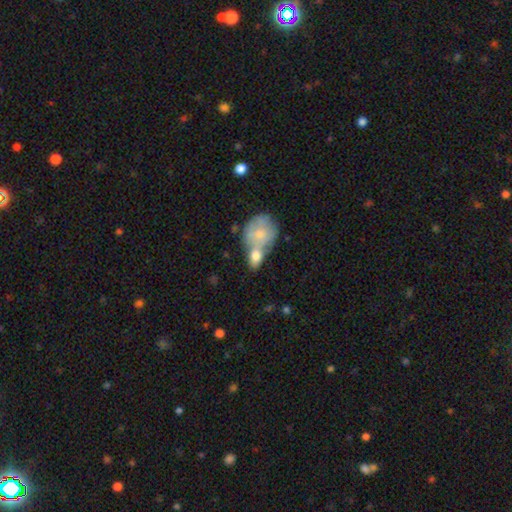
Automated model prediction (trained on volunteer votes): Smooth or featured: smooth — 71% (featured or disk — 21%)
How rounded: in between — 58% (round — 38%)
Merging: merger — 59% (none — 26%)